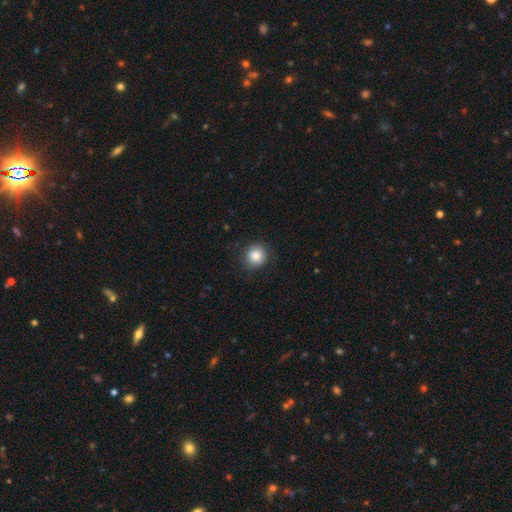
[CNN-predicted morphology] Smooth or featured? smooth (84%)
How rounded? round (88%)
Merging? none (83%)